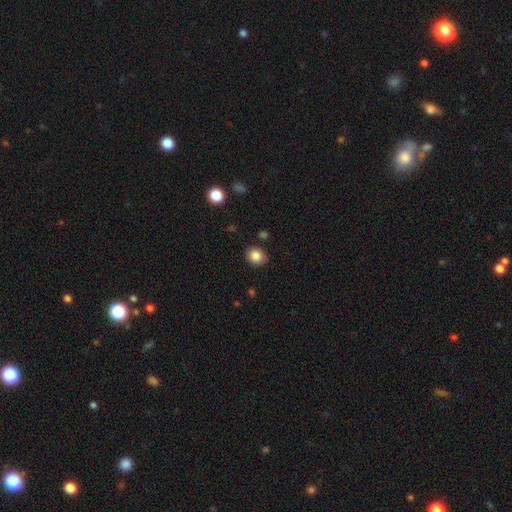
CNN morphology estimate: smooth_or_featured: smooth (p=0.86) [alt: star or artifact p=0.10]
how_rounded: round (p=0.73) [alt: in between p=0.26]
merging: none (p=0.84) [alt: minor disturbance p=0.11]